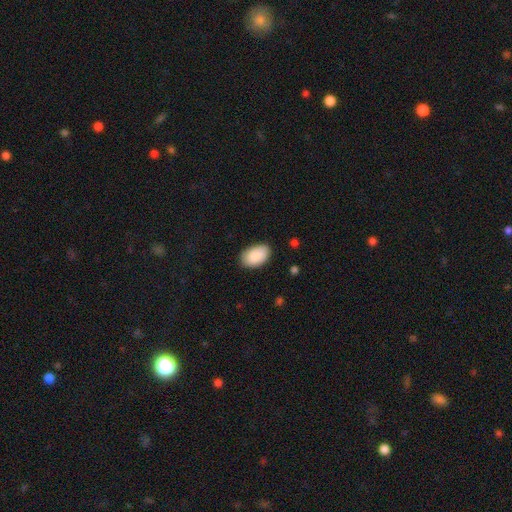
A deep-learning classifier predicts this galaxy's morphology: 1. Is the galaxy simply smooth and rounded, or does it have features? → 90% smooth, 6% star or artifact, 4% featured or disk.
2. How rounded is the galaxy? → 93% in between, 6% round, 1% cigar-shaped.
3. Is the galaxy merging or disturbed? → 83% none, 13% minor disturbance, 3% major disturbance, 1% merger.